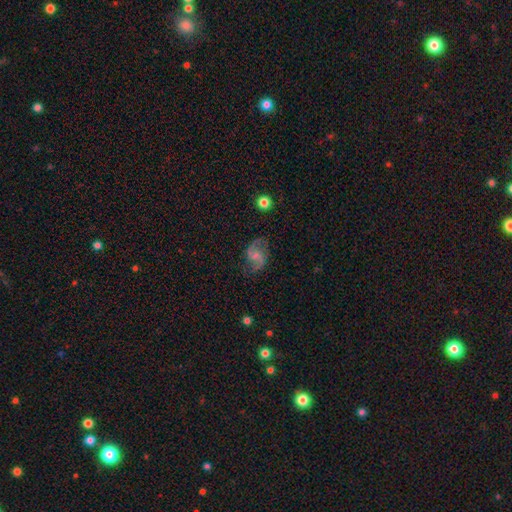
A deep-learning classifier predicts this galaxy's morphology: smooth_or_featured: featured or disk (p=0.81) [alt: smooth p=0.12]
disk_edge_on: no (p=0.98) [alt: yes p=0.02]
bar: weak (p=0.46) [alt: no p=0.43]
has_spiral_arms: yes (p=0.95) [alt: no p=0.05]
spiral_winding: loose (p=0.55) [alt: medium p=0.38]
spiral_arm_count: 2 (p=0.92) [alt: can't tell p=0.03]
bulge_size: small (p=0.42) [alt: none p=0.35]
merging: none (p=0.73) [alt: minor disturbance p=0.17]